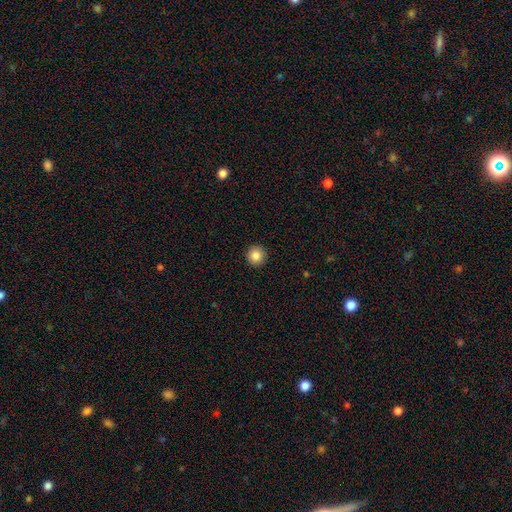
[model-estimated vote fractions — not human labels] Q: Smooth or featured?
A: smooth (86%); runner-up: star or artifact (9%)
Q: How rounded?
A: round (95%); runner-up: in between (4%)
Q: Merging?
A: none (93%); runner-up: minor disturbance (4%)